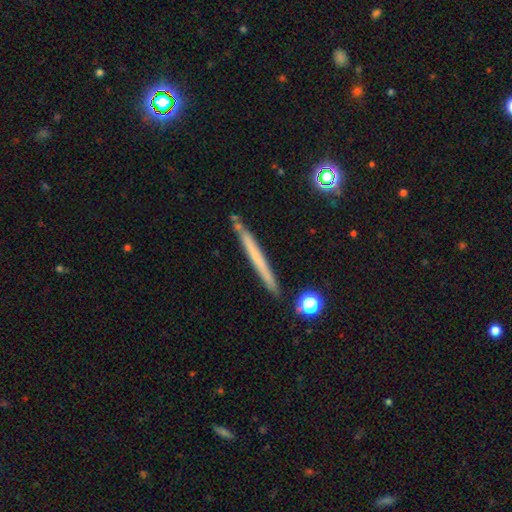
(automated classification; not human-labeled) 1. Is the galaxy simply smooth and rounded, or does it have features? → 50% smooth, 42% featured or disk, 8% star or artifact.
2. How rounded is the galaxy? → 97% cigar-shaped, 2% in between, 1% round.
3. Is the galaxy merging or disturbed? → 86% none, 9% minor disturbance, 3% merger, 2% major disturbance.